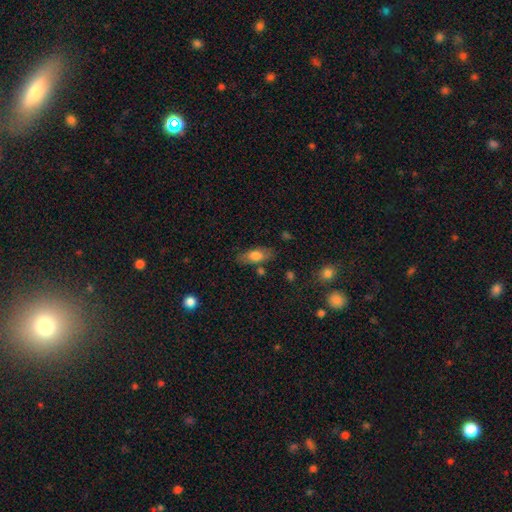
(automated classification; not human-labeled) A smooth galaxy with no disk features (73%) that is in between round and cigar-shaped (80%).

Vote fractions:
- Smooth or featured? smooth: 73% / featured or disk: 19% / star or artifact: 7%
- How rounded? in between: 80% / cigar-shaped: 16% / round: 4%
- Merging? none: 74% / minor disturbance: 16% / merger: 5% / major disturbance: 5%